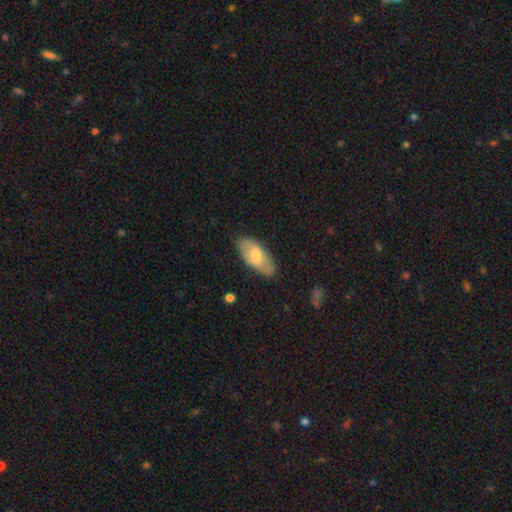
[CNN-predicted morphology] This is likely a smooth galaxy (65%). How rounded: clearly in between (87%). Merging: clearly none (80%).